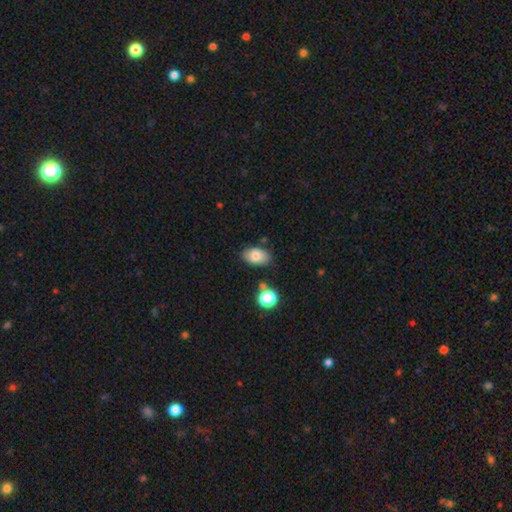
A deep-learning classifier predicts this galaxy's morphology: This is likely a smooth galaxy (80%). How rounded: clearly in between (88%). Merging: likely none (77%).